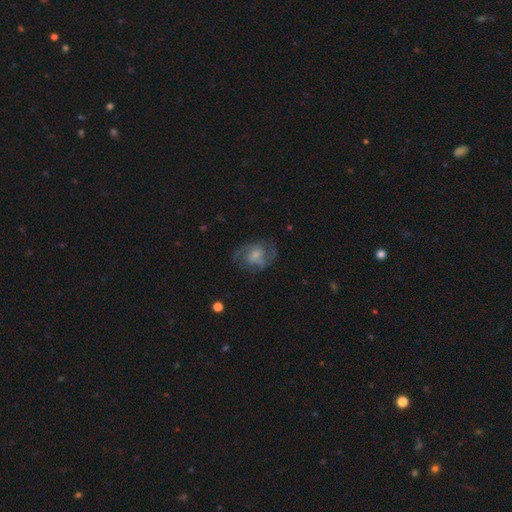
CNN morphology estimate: Smooth or featured: featured or disk — 70% (smooth — 22%)
Edge-on disk: no — 98% (yes — 2%)
Bar: no — 62% (weak — 32%)
Spiral arms: yes — 87% (no — 13%)
Spiral winding: medium — 52% (loose — 25%)
Spiral arm count: 2 — 68% (can't tell — 15%)
Bulge size: small — 37% (moderate — 28%)
Merging: none — 63% (minor disturbance — 19%)